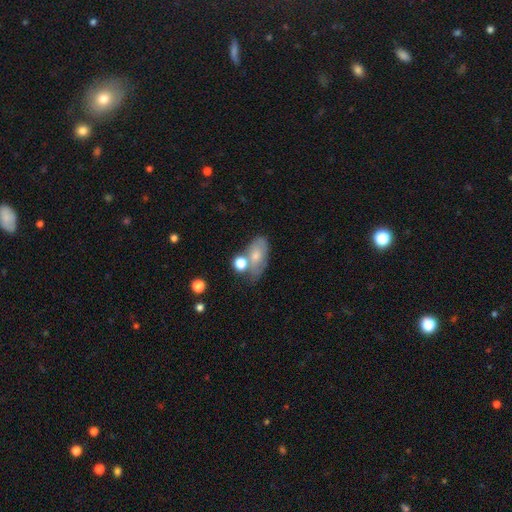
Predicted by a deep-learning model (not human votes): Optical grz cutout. It shows a smooth galaxy with no disk features (60%) that is in between round and cigar-shaped (84%). Merging: none (39%).